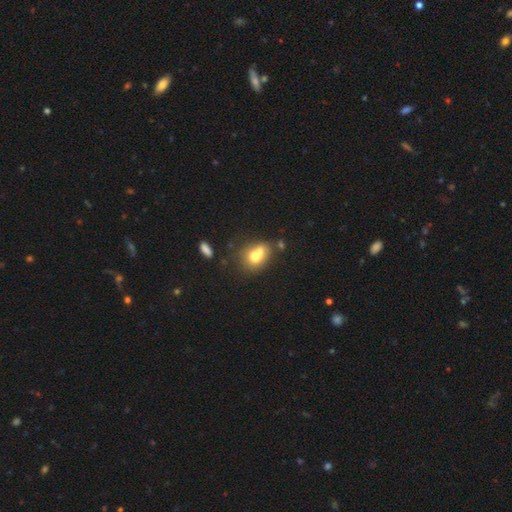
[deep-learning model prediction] Smooth or featured? smooth (67%)
How rounded? round (59%)
Merging? merger (58%)